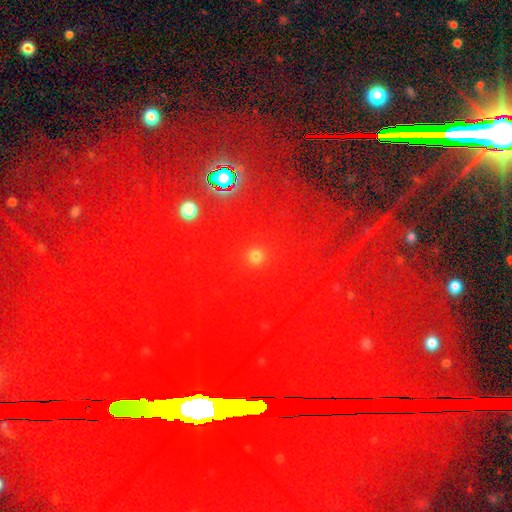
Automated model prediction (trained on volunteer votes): Overall: star or artifact (80%).